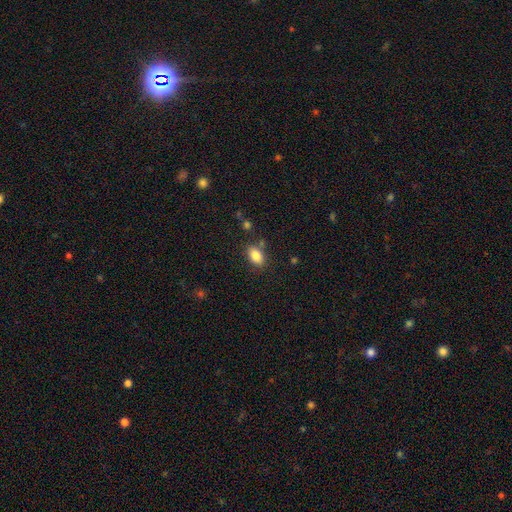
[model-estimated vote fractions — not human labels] smooth_or_featured: smooth (p=0.84) [alt: star or artifact p=0.09]
how_rounded: in between (p=0.88) [alt: round p=0.09]
merging: none (p=0.78) [alt: minor disturbance p=0.13]